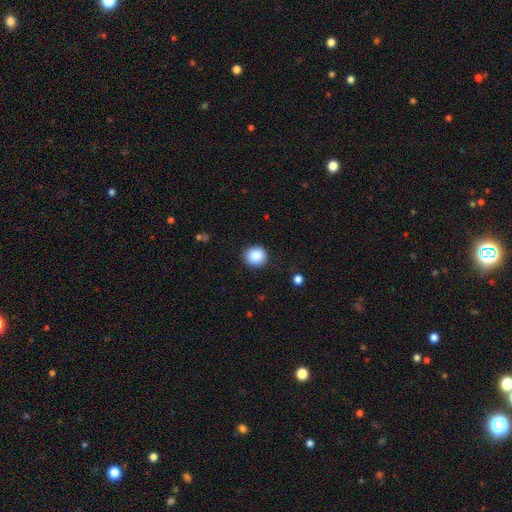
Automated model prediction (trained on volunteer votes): smooth_or_featured: smooth (p=0.87) [alt: star or artifact p=0.09]
how_rounded: round (p=0.91) [alt: in between p=0.08]
merging: none (p=0.89) [alt: minor disturbance p=0.07]